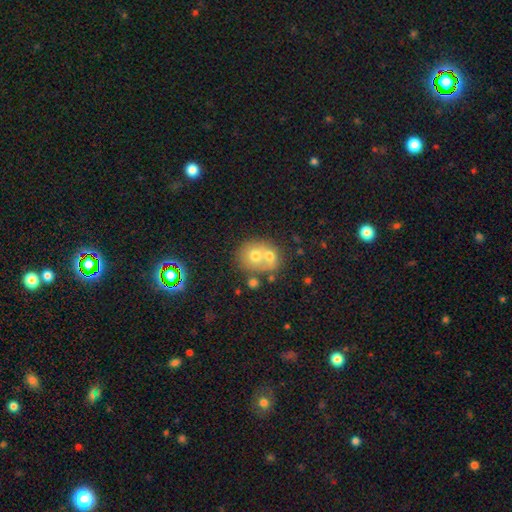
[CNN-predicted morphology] This is likely a smooth galaxy (60%). How rounded: likely round (72%). Merging: likely merger (60%).